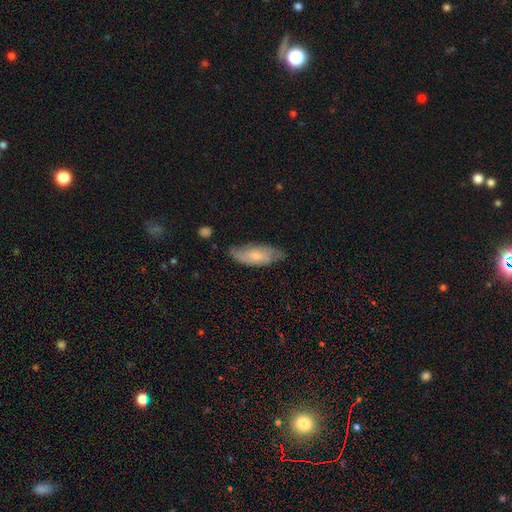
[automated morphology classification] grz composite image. It shows a smooth galaxy with no disk features (47%, tied with featured or disk). Merging: none (67%).